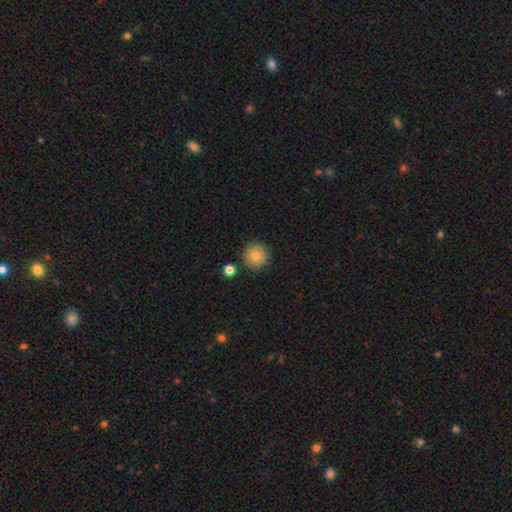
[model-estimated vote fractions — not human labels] Overall: smooth (78%). How rounded: round (95%). Merging: none (86%).